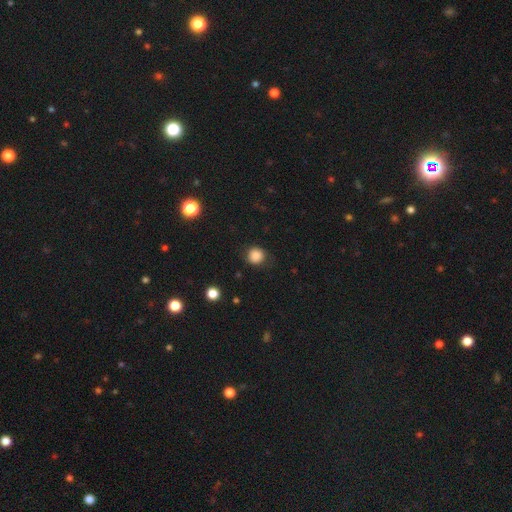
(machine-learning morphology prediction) smooth_or_featured: smooth (p=0.85) [alt: star or artifact p=0.11]
how_rounded: round (p=0.90) [alt: in between p=0.09]
merging: none (p=0.82) [alt: minor disturbance p=0.12]